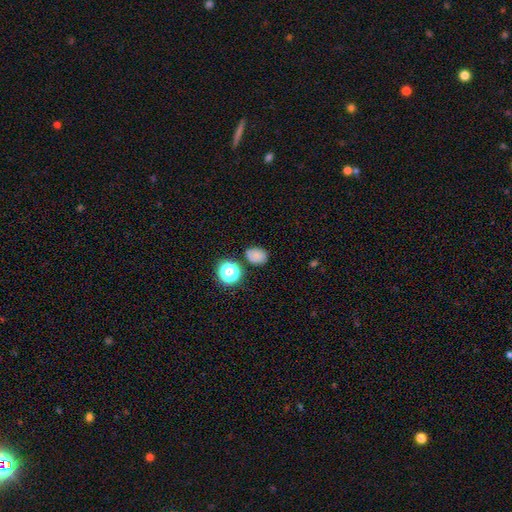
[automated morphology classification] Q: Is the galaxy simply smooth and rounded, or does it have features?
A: smooth — 77%.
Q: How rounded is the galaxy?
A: in between — 56%.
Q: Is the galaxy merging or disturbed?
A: none — 76%.